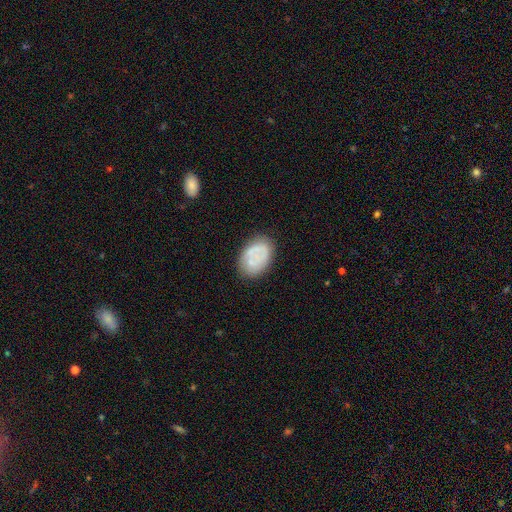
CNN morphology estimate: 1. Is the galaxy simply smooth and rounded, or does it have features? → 59% smooth, 33% featured or disk, 8% star or artifact.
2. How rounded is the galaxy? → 83% in between, 16% round, 1% cigar-shaped.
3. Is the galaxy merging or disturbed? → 73% none, 18% minor disturbance, 6% major disturbance, 3% merger.